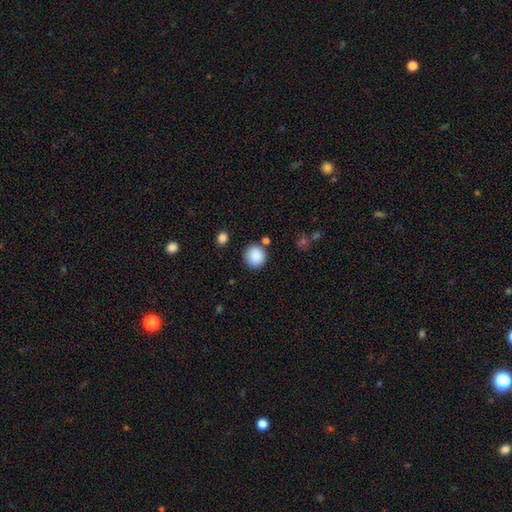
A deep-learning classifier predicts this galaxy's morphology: type=smooth (88%); roundness=round (92%); merging=none (84%).